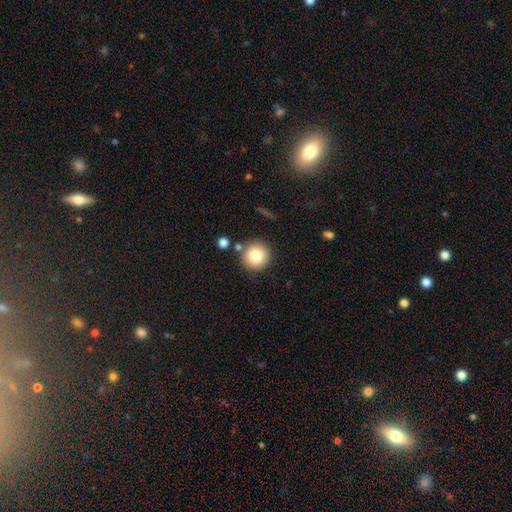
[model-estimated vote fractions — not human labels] A smooth galaxy with no disk features (81%) that is round (95%). Merging: none (84%).